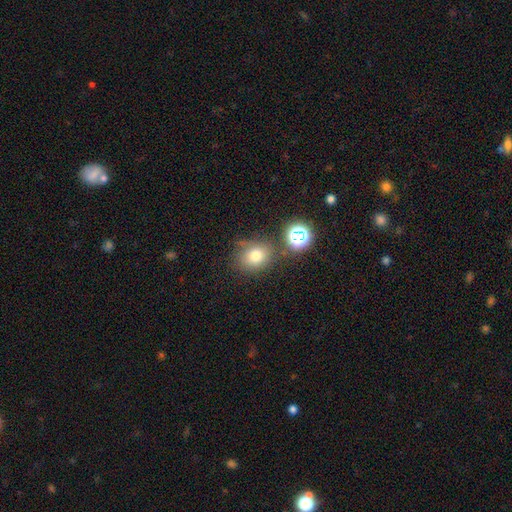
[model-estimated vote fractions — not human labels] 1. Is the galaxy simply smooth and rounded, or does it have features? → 73% smooth, 17% star or artifact, 10% featured or disk.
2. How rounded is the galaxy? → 65% round, 34% in between, 1% cigar-shaped.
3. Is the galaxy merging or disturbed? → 66% none, 18% minor disturbance, 10% merger, 6% major disturbance.